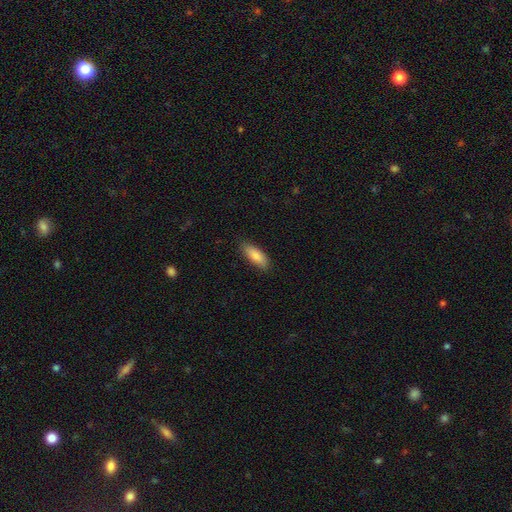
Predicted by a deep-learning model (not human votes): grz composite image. It shows a smooth galaxy with no disk features (85%) that is in between round and cigar-shaped (71%). Merging: none (84%).